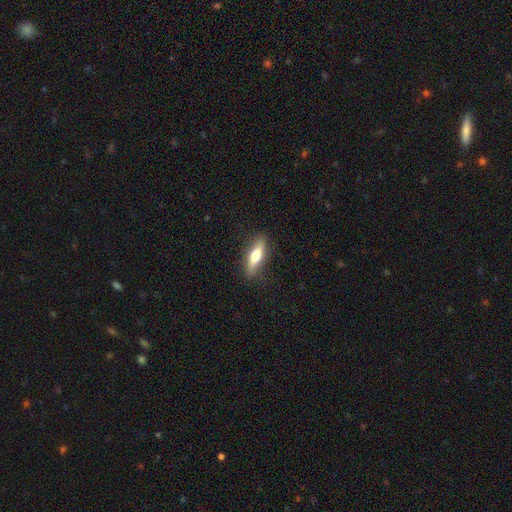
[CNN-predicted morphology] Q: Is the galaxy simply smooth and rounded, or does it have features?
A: smooth — 59%.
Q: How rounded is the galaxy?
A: cigar-shaped — 60%.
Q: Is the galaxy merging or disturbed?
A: none — 84%.